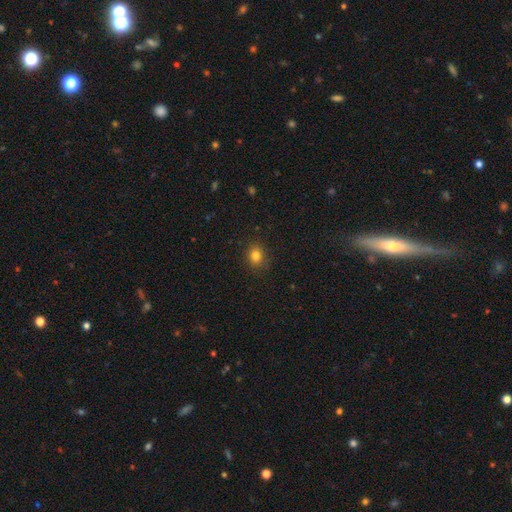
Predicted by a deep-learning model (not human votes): Smooth or featured: smooth — 82% (star or artifact — 12%)
How rounded: round — 55% (in between — 44%)
Merging: none — 87% (minor disturbance — 9%)